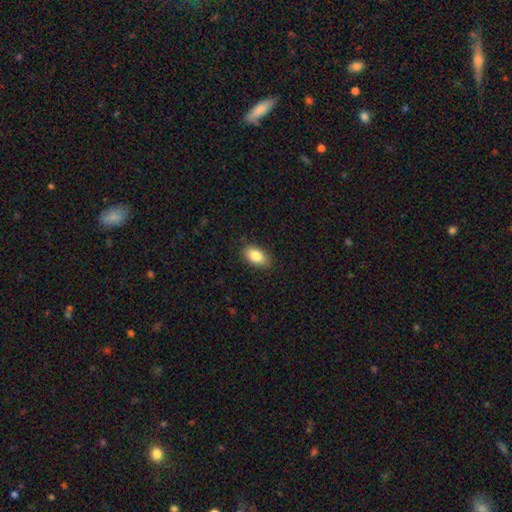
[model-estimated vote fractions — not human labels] This is clearly a smooth galaxy (86%). How rounded: clearly in between (92%). Merging: clearly none (86%).